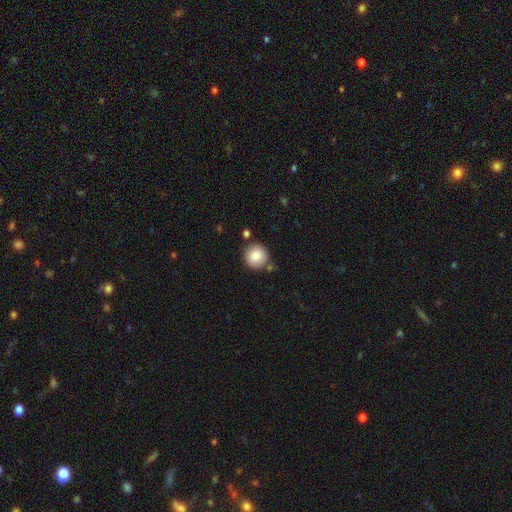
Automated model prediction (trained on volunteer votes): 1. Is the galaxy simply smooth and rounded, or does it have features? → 83% smooth, 9% star or artifact, 8% featured or disk.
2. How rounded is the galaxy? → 95% round, 4% in between, 1% cigar-shaped.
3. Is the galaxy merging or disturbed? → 80% none, 10% minor disturbance, 8% merger, 3% major disturbance.